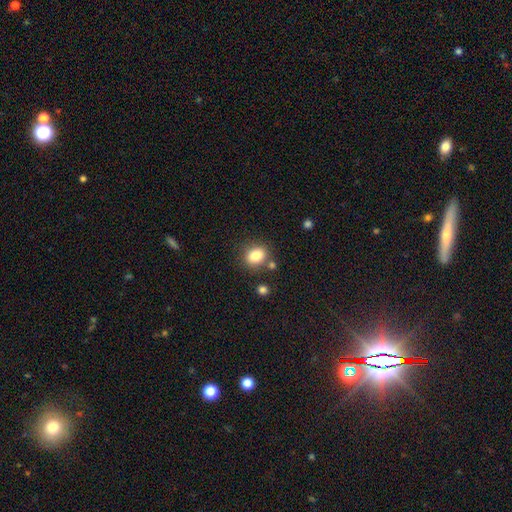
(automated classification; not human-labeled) Smooth or featured? Predicted: smooth (p=0.84). How rounded? Predicted: in between (p=0.53). Merging? Predicted: none (p=0.75).